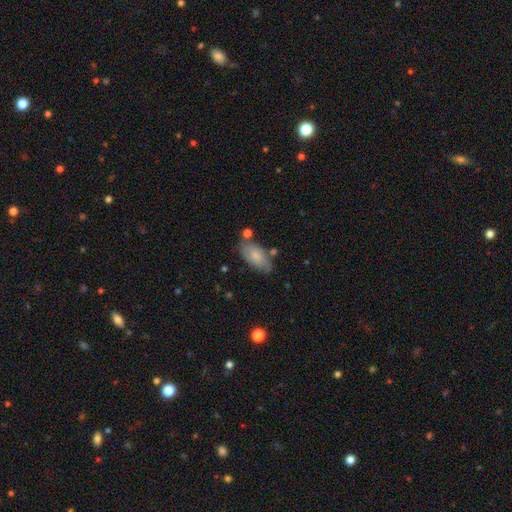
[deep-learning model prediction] Q: Smooth or featured?
A: smooth (74%); runner-up: featured or disk (19%)
Q: How rounded?
A: in between (91%); runner-up: cigar-shaped (6%)
Q: Merging?
A: none (65%); runner-up: minor disturbance (21%)